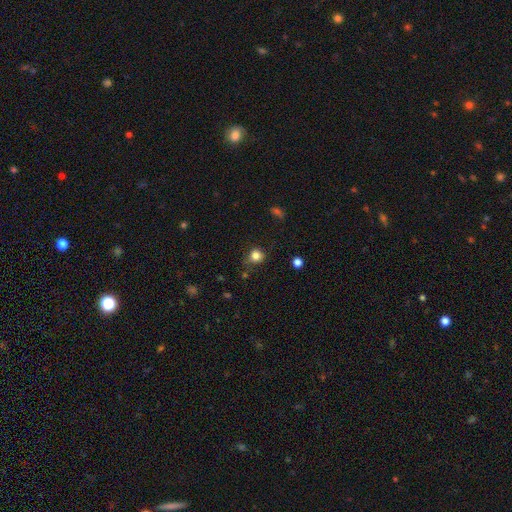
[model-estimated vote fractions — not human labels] Q: Smooth or featured?
A: smooth (82%); runner-up: star or artifact (12%)
Q: How rounded?
A: round (83%); runner-up: in between (16%)
Q: Merging?
A: none (71%); runner-up: minor disturbance (21%)